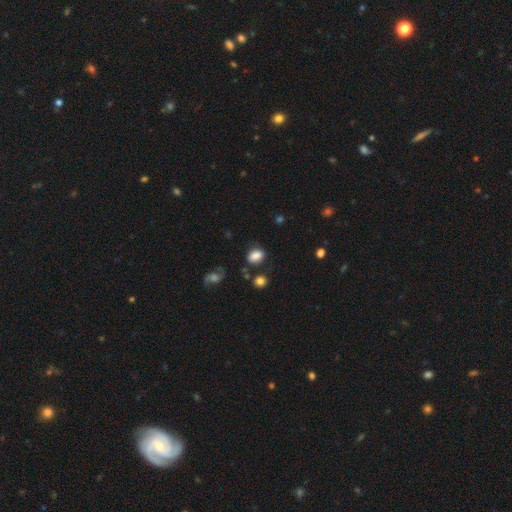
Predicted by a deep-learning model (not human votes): Smooth or featured? smooth (82%)
How rounded? in between (77%)
Merging? none (70%)